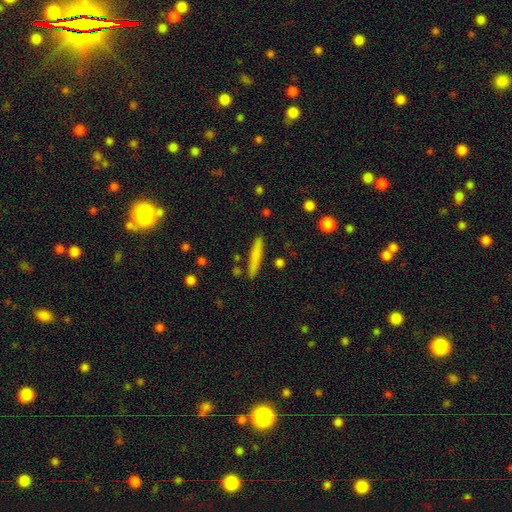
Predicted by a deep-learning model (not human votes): A smooth galaxy with no disk features (71%) that is cigar-shaped (93%).

Vote fractions:
- Smooth or featured? smooth: 71% / featured or disk: 22% / star or artifact: 7%
- How rounded? cigar-shaped: 93% / in between: 5% / round: 2%
- Merging? none: 87% / minor disturbance: 9% / merger: 3% / major disturbance: 2%